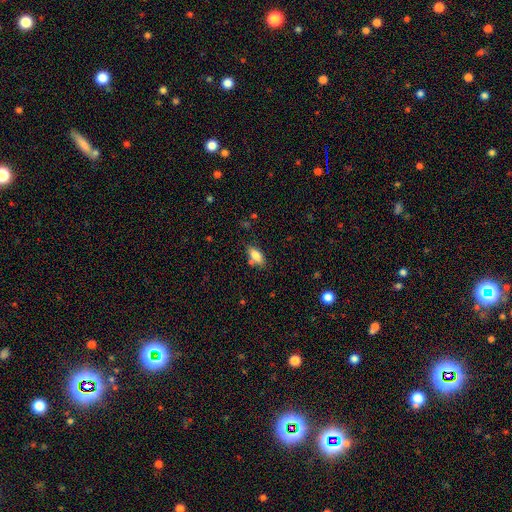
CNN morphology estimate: Smooth or featured?
  - smooth: 81% *
  - featured or disk: 11%
  - star or artifact: 8%
How rounded?
  - in between: 82% *
  - cigar-shaped: 15%
  - round: 3%
Merging?
  - none: 71% *
  - minor disturbance: 16%
  - merger: 8%
  - major disturbance: 4%